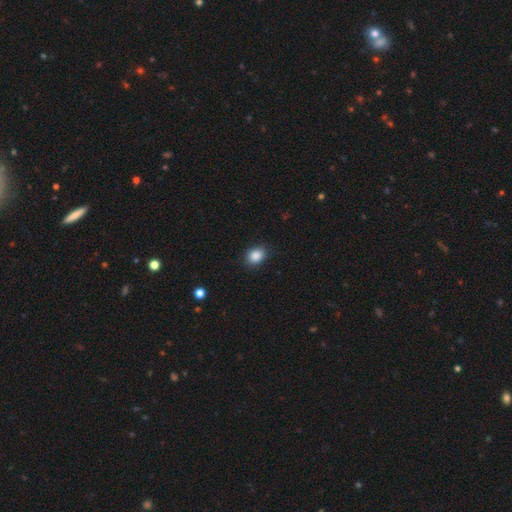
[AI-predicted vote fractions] This appears to be a smooth galaxy with no disk features (87%) that is in between round and cigar-shaped (58%). Merging: none (85%).